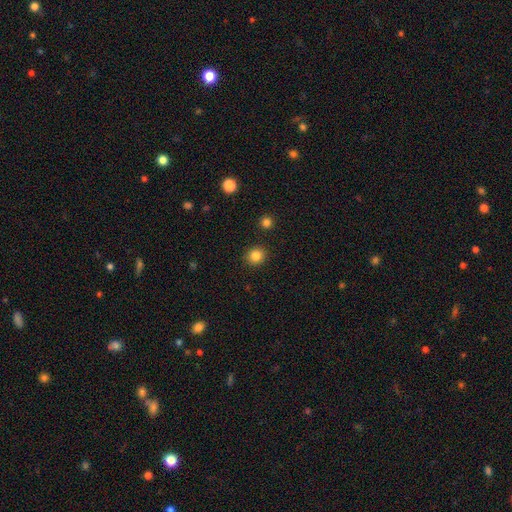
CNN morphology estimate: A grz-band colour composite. It shows a smooth galaxy with no disk features (84%) that is round (84%). Merging: none (91%).